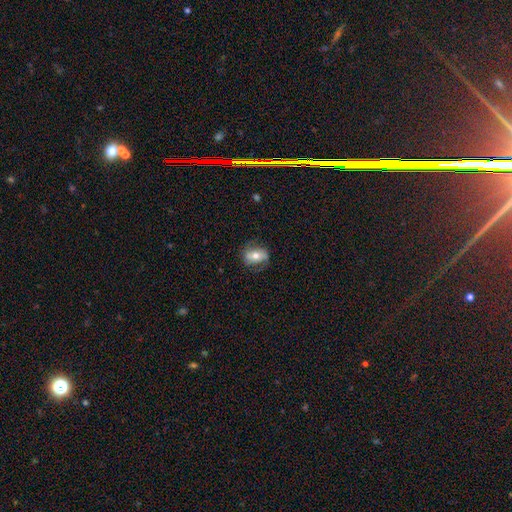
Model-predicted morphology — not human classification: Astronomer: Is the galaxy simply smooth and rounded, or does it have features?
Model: smooth — 47% (runner-up: featured or disk, 45%).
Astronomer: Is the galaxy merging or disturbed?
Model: none — 72%.